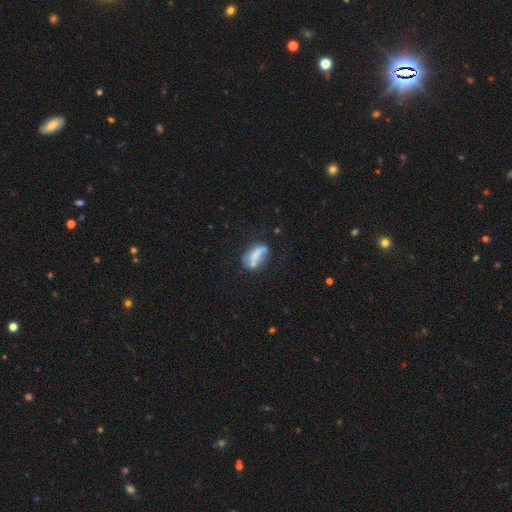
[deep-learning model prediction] Smooth or featured? Predicted: smooth (p=0.55). How rounded? Predicted: in between (p=0.78). Merging? Predicted: none (p=0.37).